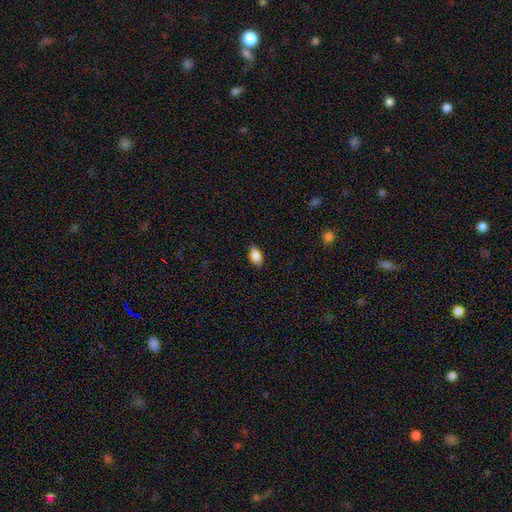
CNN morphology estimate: A smooth galaxy with no disk features (87%) that is in between round and cigar-shaped (91%).

Vote fractions:
- Smooth or featured? smooth: 87% / star or artifact: 8% / featured or disk: 6%
- How rounded? in between: 91% / round: 6% / cigar-shaped: 4%
- Merging? none: 85% / minor disturbance: 12% / major disturbance: 2% / merger: 1%